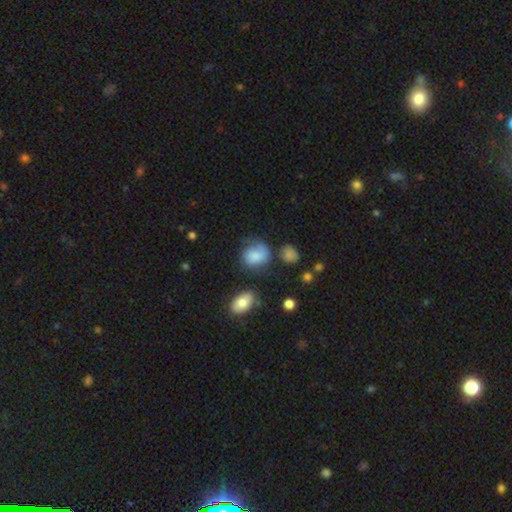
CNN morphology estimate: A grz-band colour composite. It shows a smooth galaxy with no disk features (67%) that is round (52%). Merging: none (44%).